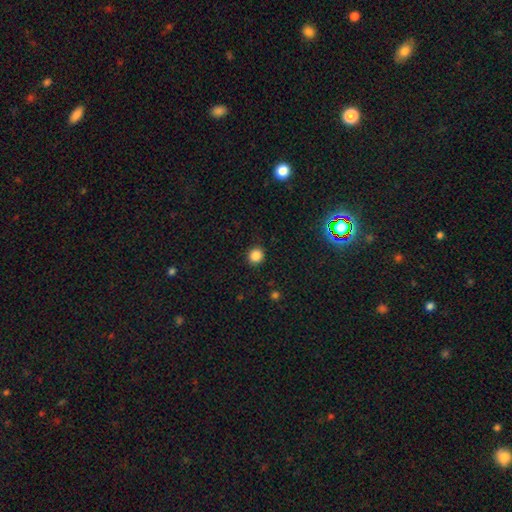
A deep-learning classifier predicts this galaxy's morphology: A smooth galaxy with no disk features (84%) that is round (91%). Merging: none (90%).